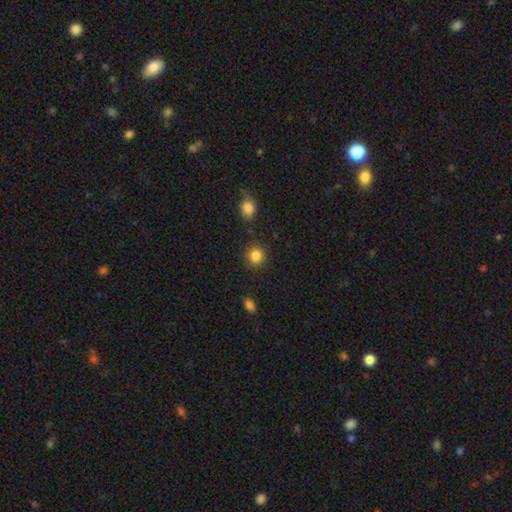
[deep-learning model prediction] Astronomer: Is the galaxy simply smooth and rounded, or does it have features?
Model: smooth — 86%.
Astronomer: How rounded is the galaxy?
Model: round — 89%.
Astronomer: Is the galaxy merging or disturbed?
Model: none — 87%.